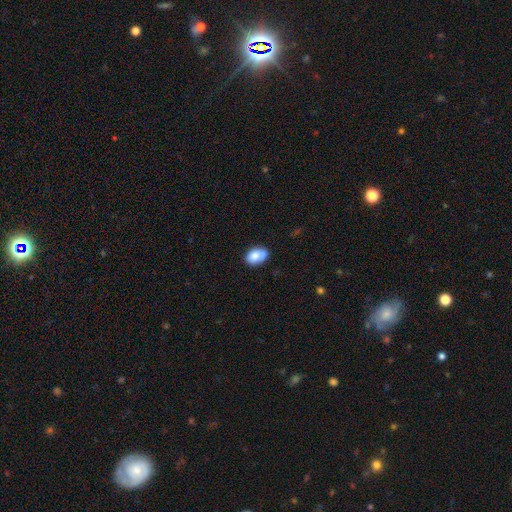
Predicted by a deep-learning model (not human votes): smooth 80%, featured or disk 13%, star or artifact 8%. Down the decision tree: how rounded — in between (84%); merging — none (63%).